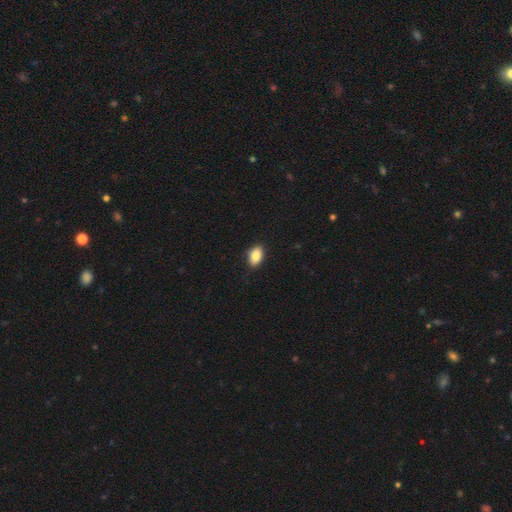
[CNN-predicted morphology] smooth_or_featured: smooth (p=0.86) [alt: star or artifact p=0.08]
how_rounded: in between (p=0.89) [alt: round p=0.10]
merging: none (p=0.87) [alt: minor disturbance p=0.10]